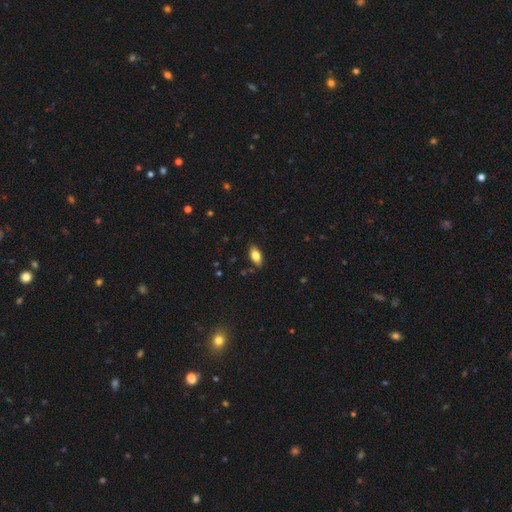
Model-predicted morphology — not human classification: smooth_or_featured: smooth (p=0.81) [alt: featured or disk p=0.11]
how_rounded: in between (p=0.90) [alt: cigar-shaped p=0.06]
merging: none (p=0.84) [alt: minor disturbance p=0.12]